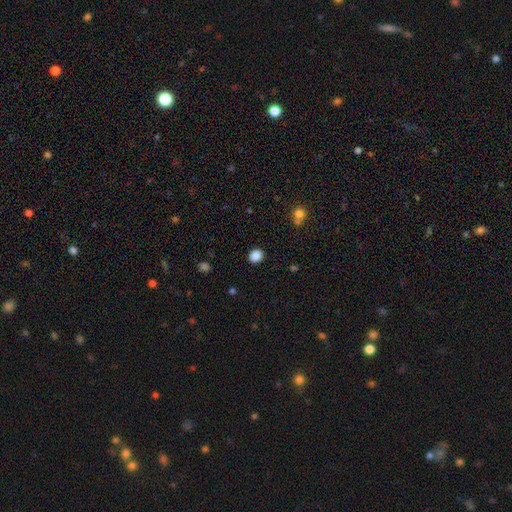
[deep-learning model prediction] smooth-or-featured: smooth: 87% | star or artifact: 10% | featured or disk: 3%
  how-rounded: round: 74% | in between: 25% | cigar-shaped: 1%
  merging: none: 90% | minor disturbance: 6% | major disturbance: 2% | merger: 1%